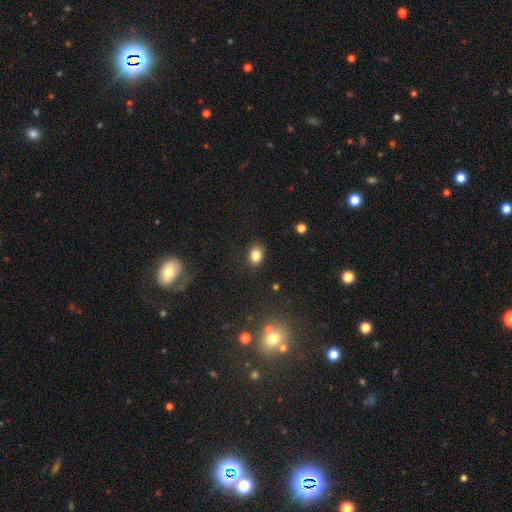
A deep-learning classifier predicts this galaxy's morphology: smooth 82%, star or artifact 11%, featured or disk 6%. Down the decision tree: how rounded — in between (64%); merging — none (85%).